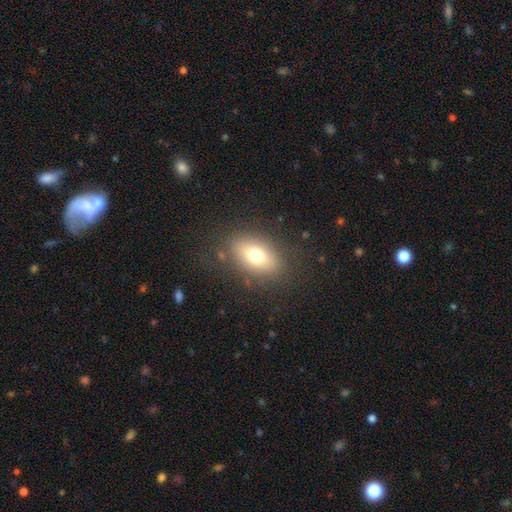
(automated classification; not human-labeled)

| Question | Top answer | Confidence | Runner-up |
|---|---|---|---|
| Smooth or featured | smooth | 72% | featured or disk (17%) |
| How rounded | in between | 84% | round (12%) |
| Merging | none | 82% | minor disturbance (12%) |